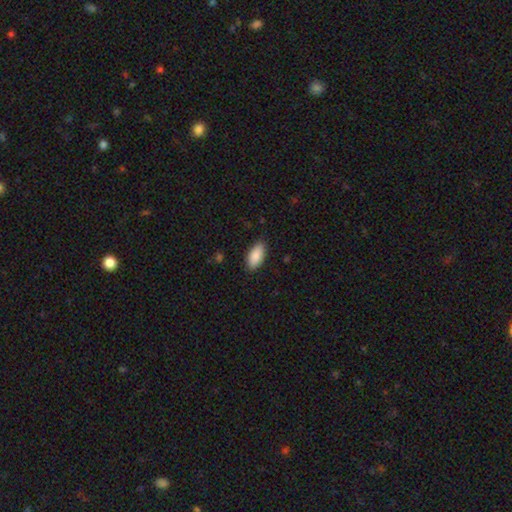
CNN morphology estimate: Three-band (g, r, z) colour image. It shows a smooth galaxy with no disk features (89%) that is in between round and cigar-shaped (92%). Merging: none (86%).